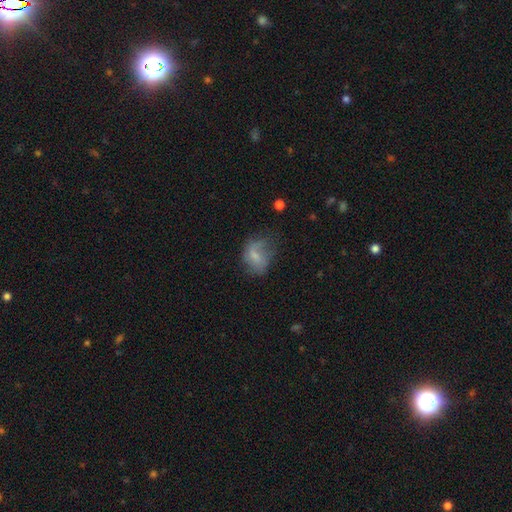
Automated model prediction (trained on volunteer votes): The model was most divided on "merging": none: 36%, minor disturbance: 31%, major disturbance: 29%, merger: 3%. More confident: how rounded — in between (70%); smooth or featured — smooth (59%).